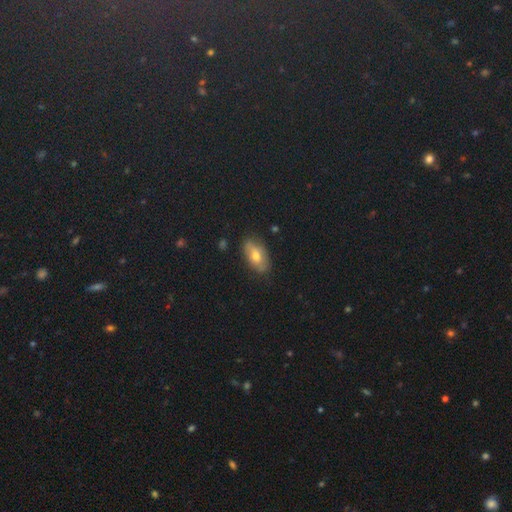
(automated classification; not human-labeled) smooth 59%, featured or disk 29%, star or artifact 12%. Down the decision tree: how rounded — in between (89%); merging — none (79%).